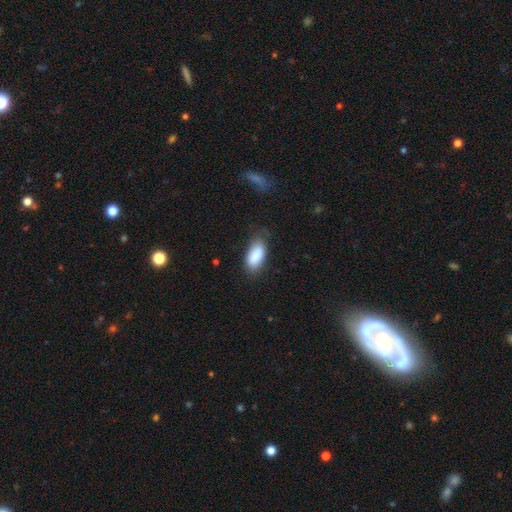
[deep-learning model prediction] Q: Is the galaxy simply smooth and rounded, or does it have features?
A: smooth — 87%.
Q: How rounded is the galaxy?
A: in between — 89%.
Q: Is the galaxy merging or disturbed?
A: none — 67%.